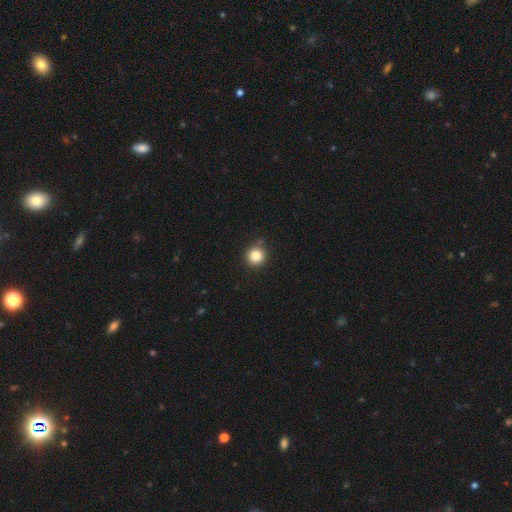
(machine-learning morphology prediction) A smooth galaxy with no disk features (84%) that is round (94%). Merging: none (85%).